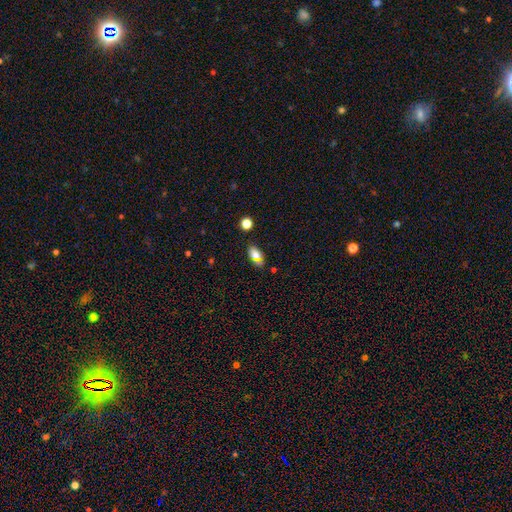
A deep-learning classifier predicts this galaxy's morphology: Smooth or featured: smooth — 72% (star or artifact — 15%)
How rounded: in between — 85% (round — 10%)
Merging: none — 74% (minor disturbance — 13%)